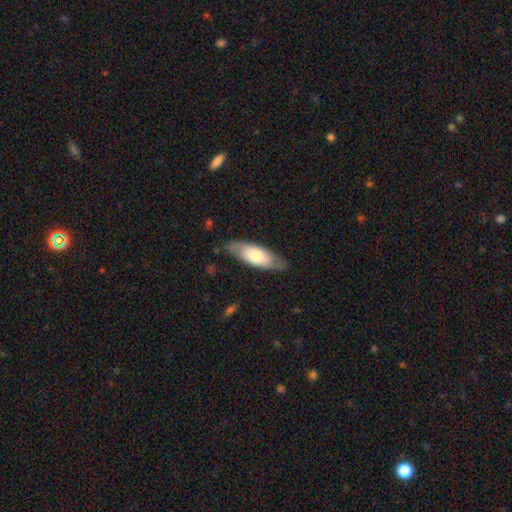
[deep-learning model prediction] Smooth or featured?
  - smooth: 61% *
  - featured or disk: 34%
  - star or artifact: 5%
How rounded?
  - in between: 68% *
  - cigar-shaped: 30%
  - round: 2%
Merging?
  - none: 76% *
  - minor disturbance: 18%
  - major disturbance: 4%
  - merger: 1%